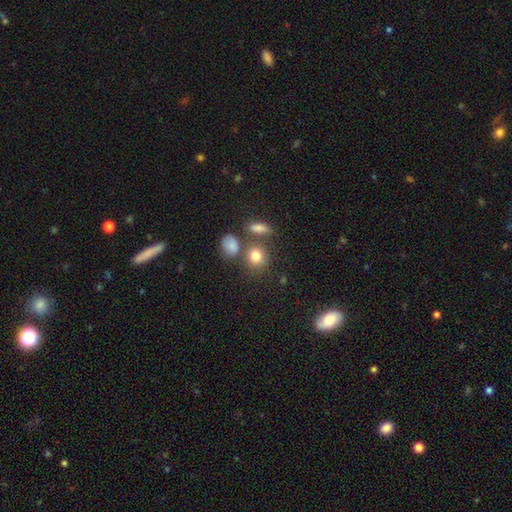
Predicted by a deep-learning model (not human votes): Smooth or featured: smooth — 80% (star or artifact — 12%)
How rounded: round — 72% (in between — 26%)
Merging: none — 63% (merger — 20%)